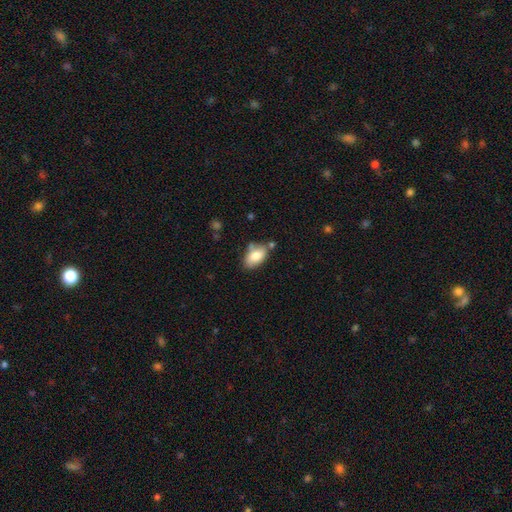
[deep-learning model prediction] Q: Smooth or featured?
A: smooth (80%); runner-up: featured or disk (13%)
Q: How rounded?
A: in between (91%); runner-up: round (7%)
Q: Merging?
A: none (60%); runner-up: minor disturbance (23%)